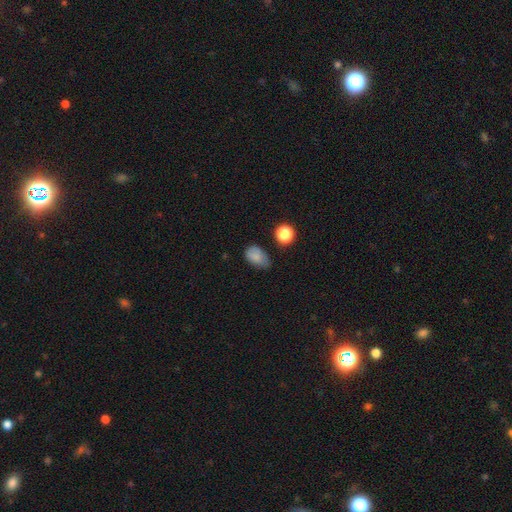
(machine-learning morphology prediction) smooth-or-featured: smooth: 80% | star or artifact: 11% | featured or disk: 9%
  how-rounded: in between: 83% | round: 16% | cigar-shaped: 1%
  merging: none: 45% | minor disturbance: 41% | major disturbance: 11% | merger: 3%